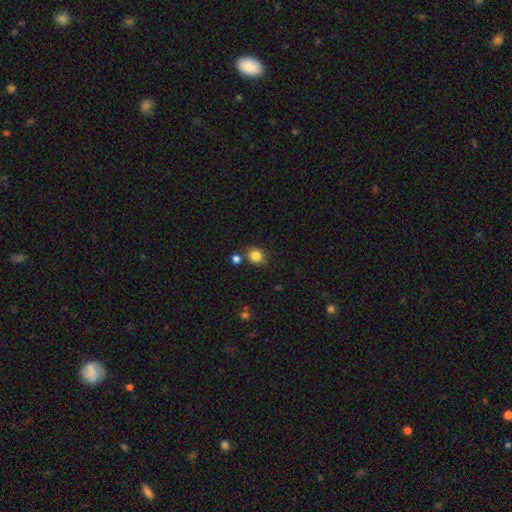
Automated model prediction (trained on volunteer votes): A smooth galaxy with no disk features (83%) that is round (79%). Merging: none (78%).